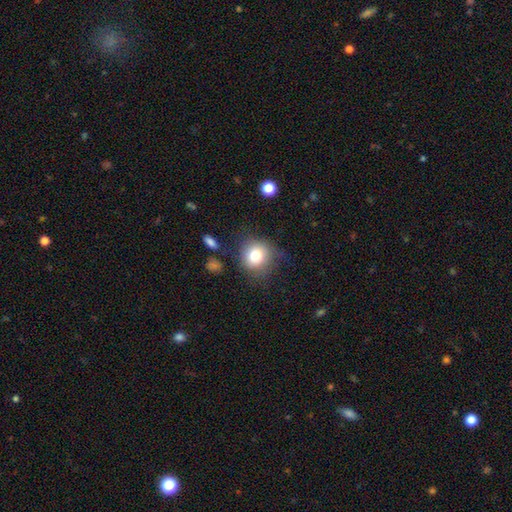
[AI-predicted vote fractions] smooth_or_featured: smooth (p=0.78) [alt: featured or disk p=0.11]
how_rounded: round (p=0.87) [alt: in between p=0.12]
merging: none (p=0.73) [alt: minor disturbance p=0.18]